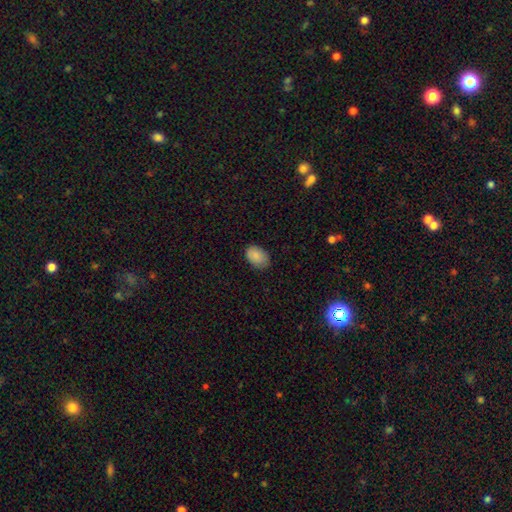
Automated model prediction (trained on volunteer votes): Morphology: type=smooth (86%); roundness=in between (81%); merging=none (78%).